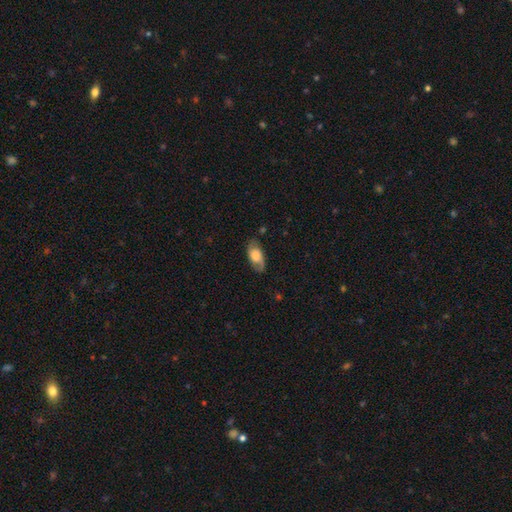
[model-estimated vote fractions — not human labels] smooth-or-featured: smooth: 49% | featured or disk: 44% | star or artifact: 7%
  merging: none: 76% | minor disturbance: 18% | major disturbance: 5% | merger: 1%